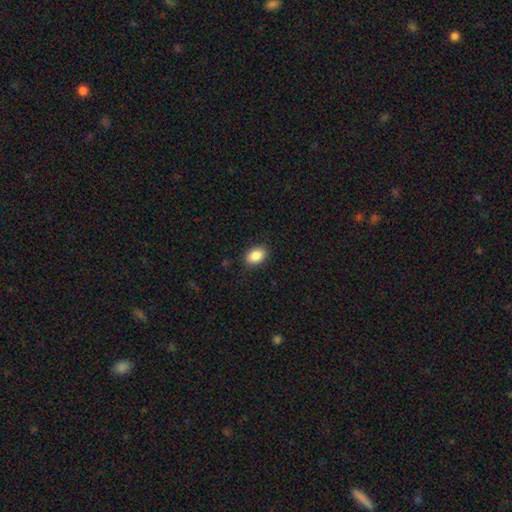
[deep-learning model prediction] smooth_or_featured: smooth (p=0.88) [alt: star or artifact p=0.08]
how_rounded: in between (p=0.84) [alt: round p=0.15]
merging: none (p=0.88) [alt: minor disturbance p=0.09]